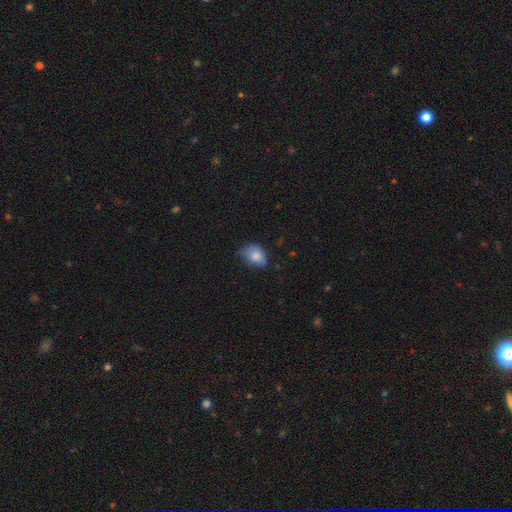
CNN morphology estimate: Smooth or featured?
  - smooth: 80% *
  - featured or disk: 12%
  - star or artifact: 8%
How rounded?
  - in between: 67% *
  - round: 31%
  - cigar-shaped: 1%
Merging?
  - none: 49% *
  - minor disturbance: 39%
  - major disturbance: 10%
  - merger: 2%